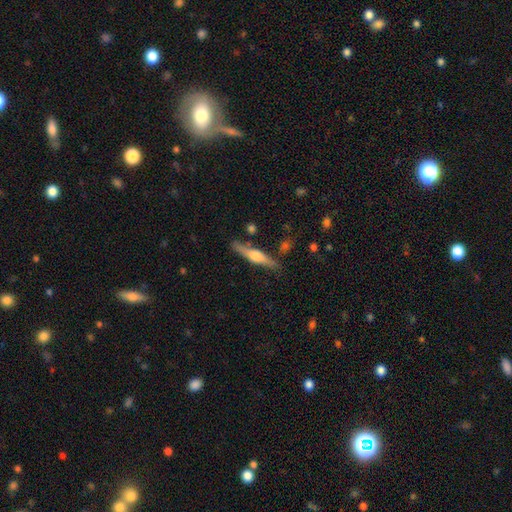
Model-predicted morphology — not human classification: This appears to be a featured or disk galaxy (57%) viewed edge-on (95%) with a rounded central bulge (87%). Merging: none (81%).